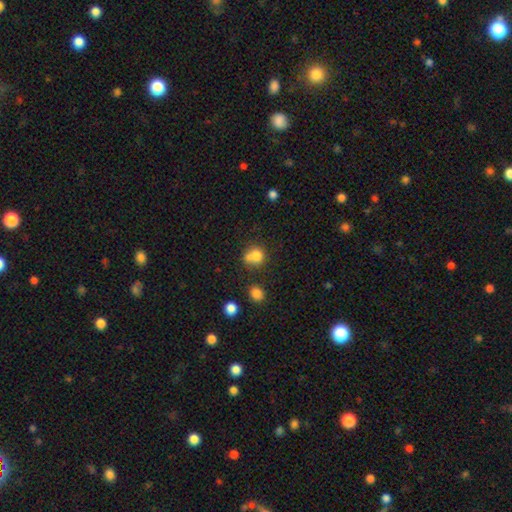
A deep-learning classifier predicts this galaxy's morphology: A smooth galaxy with no disk features (76%) that is round (75%). Merging: merger (41%).